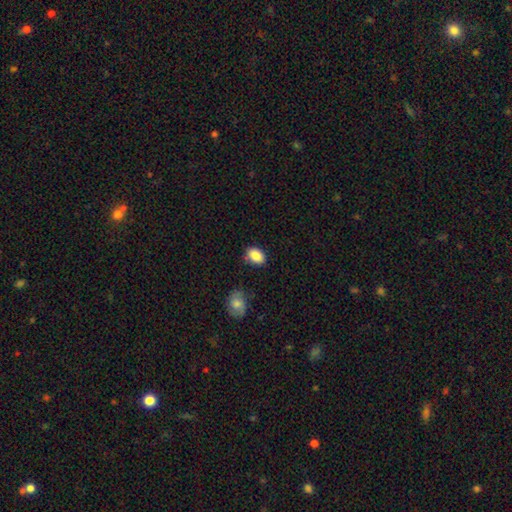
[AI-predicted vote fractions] smooth-or-featured: smooth: 88% | star or artifact: 8% | featured or disk: 4%
  how-rounded: in between: 81% | round: 18% | cigar-shaped: 1%
  merging: none: 76% | minor disturbance: 17% | merger: 4% | major disturbance: 3%